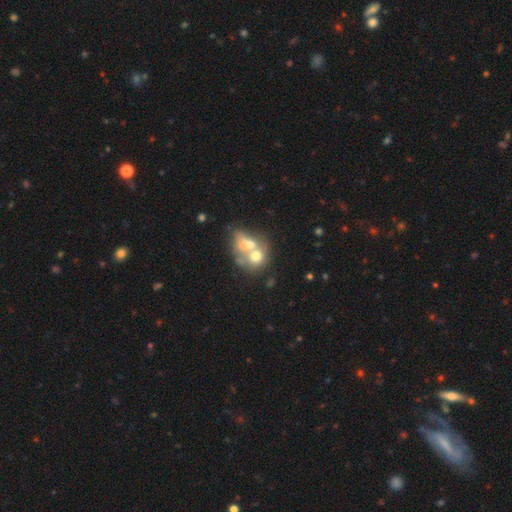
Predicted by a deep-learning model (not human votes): Smooth or featured: smooth — 59% (featured or disk — 31%)
How rounded: round — 54% (in between — 44%)
Merging: merger — 69% (none — 17%)